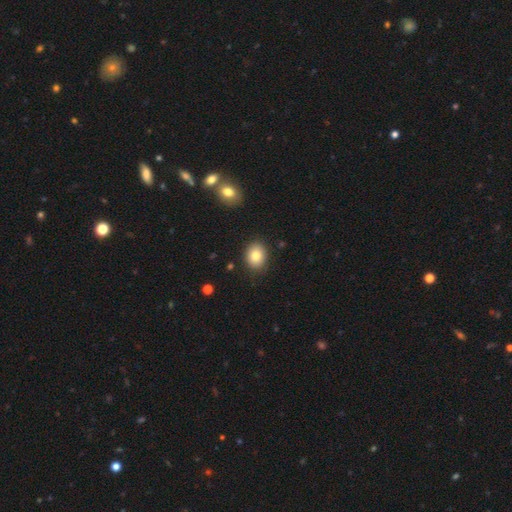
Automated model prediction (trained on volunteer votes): Q: Smooth or featured?
A: smooth (81%); runner-up: featured or disk (9%)
Q: How rounded?
A: in between (54%); runner-up: round (45%)
Q: Merging?
A: none (87%); runner-up: minor disturbance (9%)